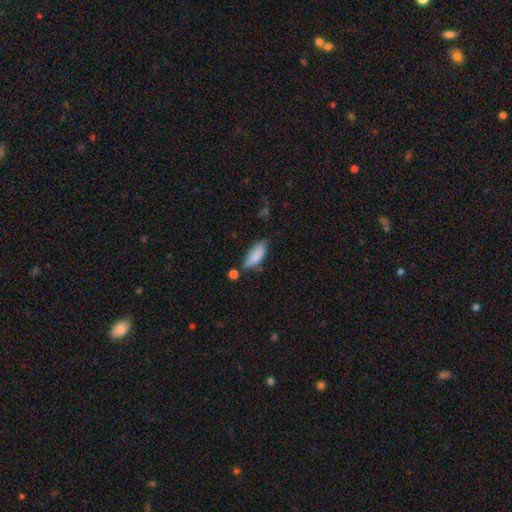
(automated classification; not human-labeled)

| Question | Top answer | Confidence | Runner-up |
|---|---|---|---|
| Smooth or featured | smooth | 86% | featured or disk (8%) |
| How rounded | in between | 75% | cigar-shaped (23%) |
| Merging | none | 60% | minor disturbance (25%) |